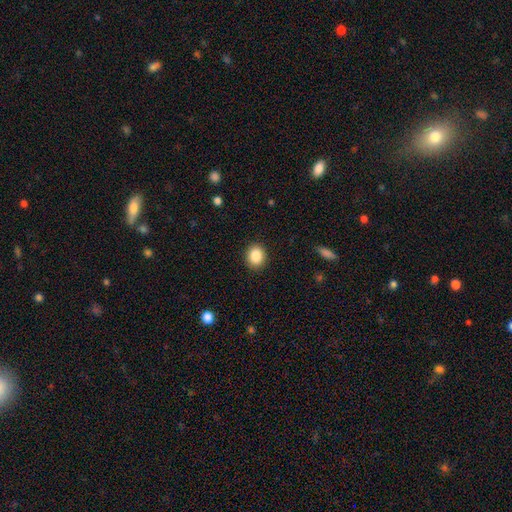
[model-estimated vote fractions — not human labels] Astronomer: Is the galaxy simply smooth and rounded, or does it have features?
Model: smooth — 88%.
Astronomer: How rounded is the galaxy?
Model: round — 60% (runner-up: in between, 39%).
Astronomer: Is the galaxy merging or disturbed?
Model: none — 90%.